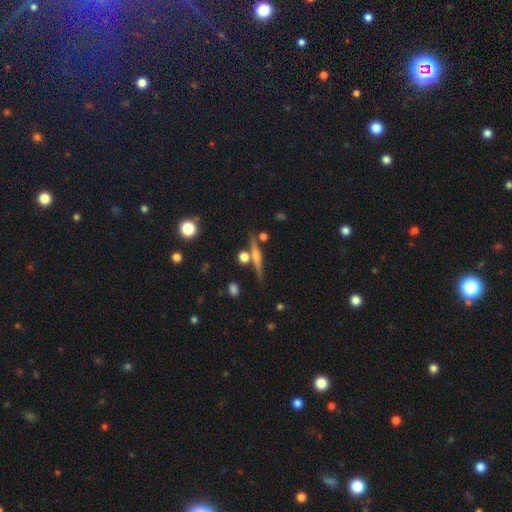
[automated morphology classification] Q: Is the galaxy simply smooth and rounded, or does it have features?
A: featured or disk — 61%.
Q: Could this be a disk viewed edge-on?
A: yes — 95%.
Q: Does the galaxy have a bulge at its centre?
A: rounded — 65%.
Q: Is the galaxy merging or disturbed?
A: none — 77%.